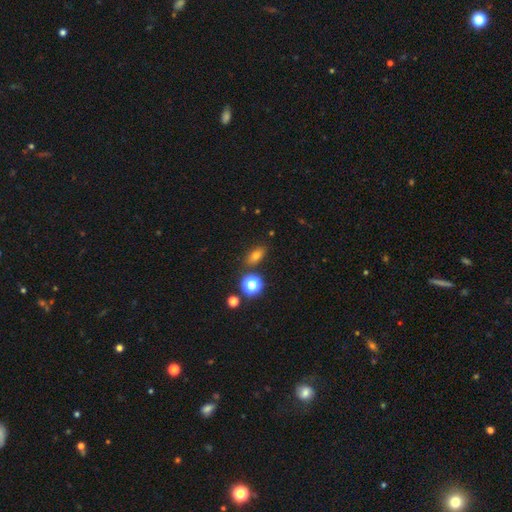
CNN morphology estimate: smooth-or-featured: smooth: 71% | star or artifact: 18% | featured or disk: 11%
  how-rounded: in between: 75% | round: 19% | cigar-shaped: 6%
  merging: none: 82% | minor disturbance: 10% | merger: 5% | major disturbance: 3%